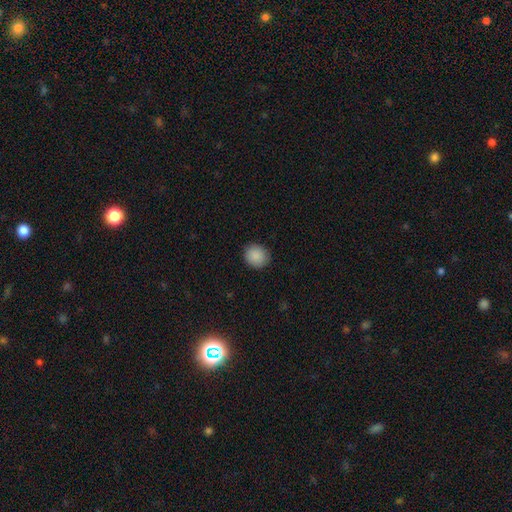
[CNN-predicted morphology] This appears to be a smooth galaxy with no disk features (89%) that is round (86%). Merging: none (90%).